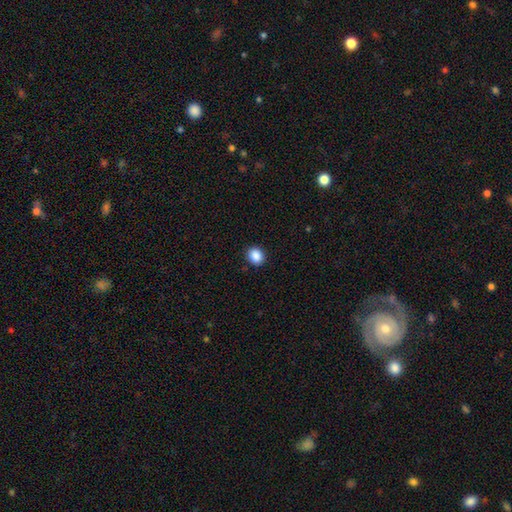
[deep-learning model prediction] Overall: smooth (88%). How rounded: round (66%; in between 33%). Merging: none (91%).